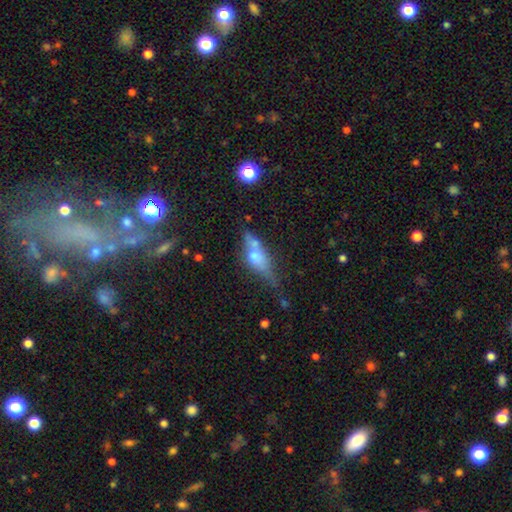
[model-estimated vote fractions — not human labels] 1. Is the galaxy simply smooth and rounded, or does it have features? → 47% smooth, 42% featured or disk, 10% star or artifact.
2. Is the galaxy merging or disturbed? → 46% none, 23% minor disturbance, 21% merger, 10% major disturbance.